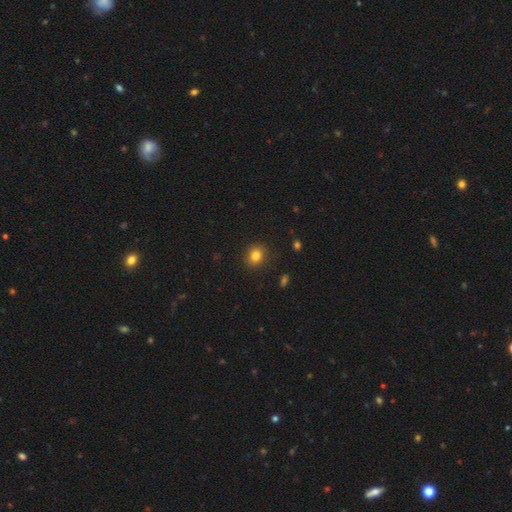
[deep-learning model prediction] Smooth or featured? Predicted: smooth (p=0.83). How rounded? Predicted: round (p=0.70). Merging? Predicted: none (p=0.90).